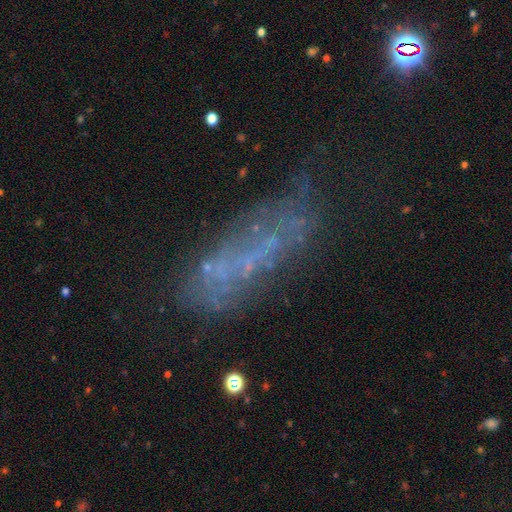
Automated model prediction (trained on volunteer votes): Smooth or featured? featured or disk (51%)
Edge-on disk? no (82%)
Merging? none (50%)